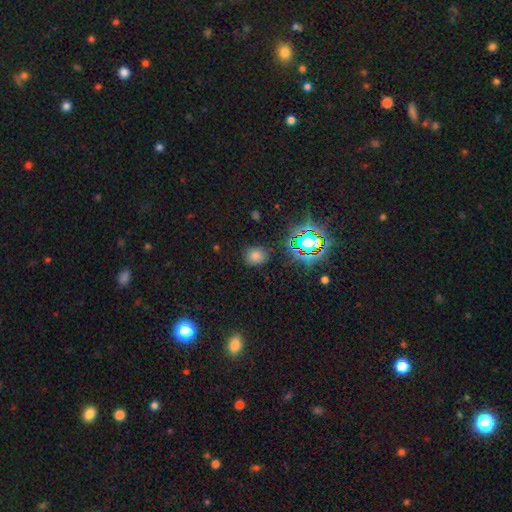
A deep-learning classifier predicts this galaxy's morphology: This is likely a smooth galaxy (68%). How rounded: likely round (75%). Merging: clearly none (84%).